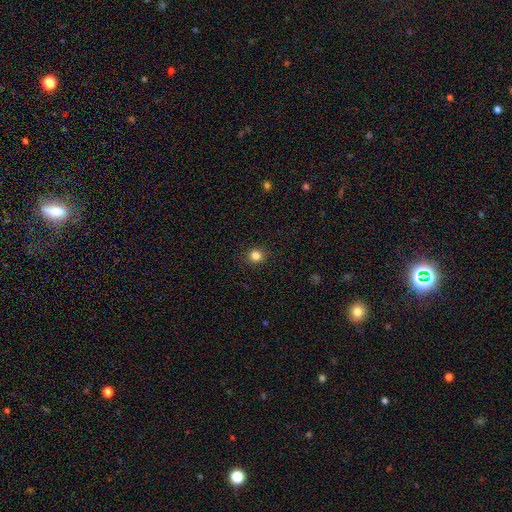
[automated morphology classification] This is clearly a smooth galaxy (83%). How rounded: clearly round (87%). Merging: clearly none (91%).